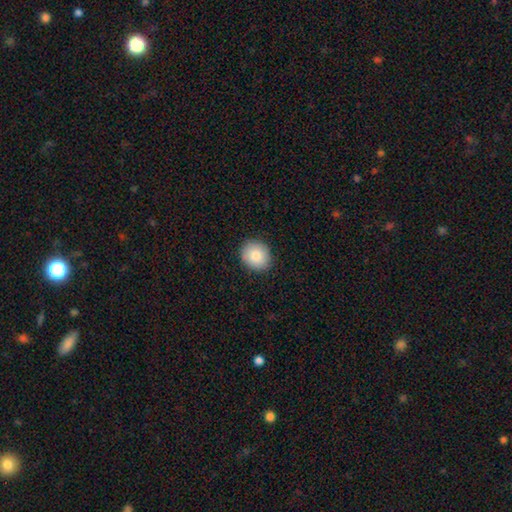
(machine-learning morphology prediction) Smooth or featured? smooth (83%)
How rounded? round (73%)
Merging? none (89%)